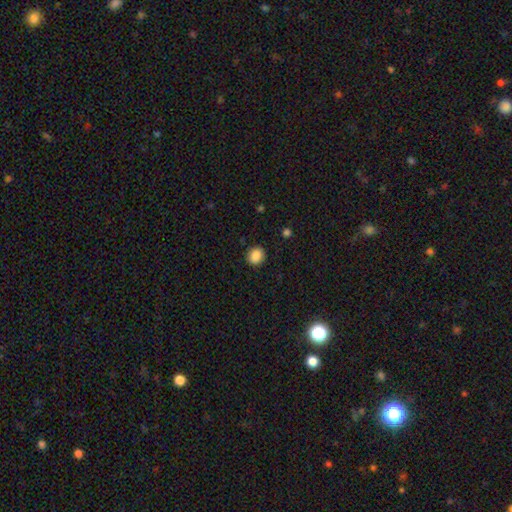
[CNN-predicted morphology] type=smooth (88%); roundness=round (72%); merging=none (90%).